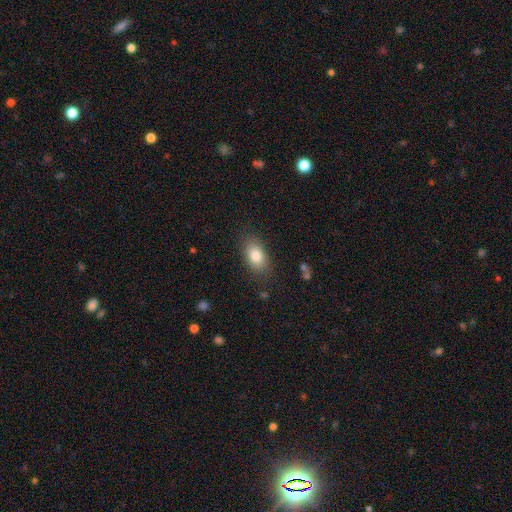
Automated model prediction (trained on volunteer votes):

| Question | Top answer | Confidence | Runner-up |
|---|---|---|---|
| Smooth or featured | smooth | 82% | featured or disk (10%) |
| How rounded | in between | 89% | round (8%) |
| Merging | none | 83% | minor disturbance (12%) |